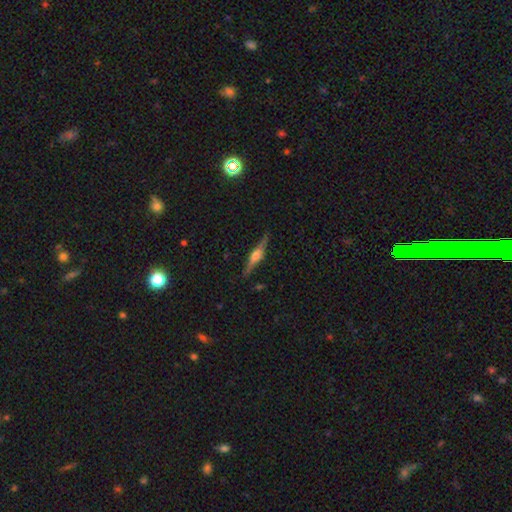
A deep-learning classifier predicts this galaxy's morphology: type=featured or disk (73%); edge-on=yes (97%); edge-on bulge=rounded (83%); merging=none (87%).